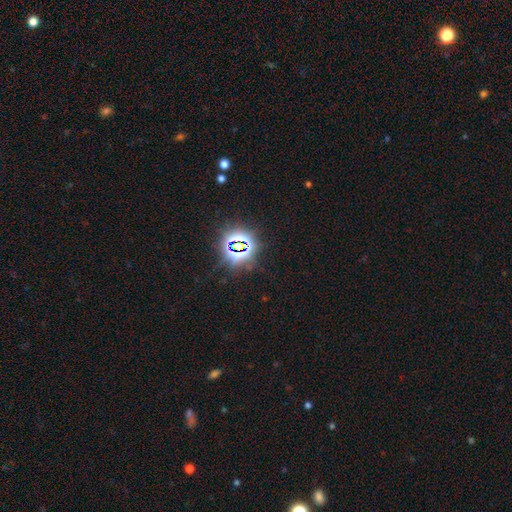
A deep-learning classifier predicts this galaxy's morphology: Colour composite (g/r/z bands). It shows a star or artifact, not a galaxy (79%).